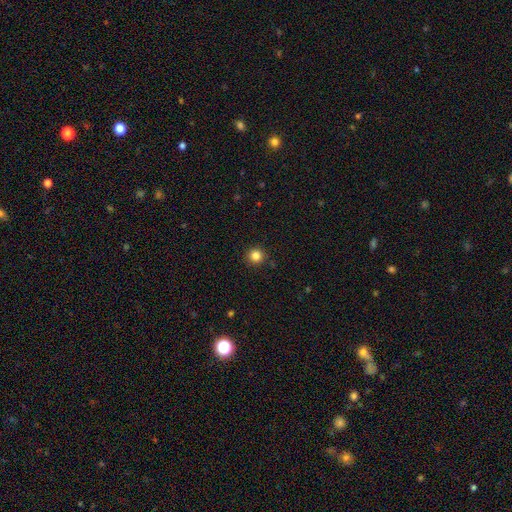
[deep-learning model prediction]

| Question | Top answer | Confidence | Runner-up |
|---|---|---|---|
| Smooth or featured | smooth | 84% | star or artifact (12%) |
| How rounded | round | 95% | in between (4%) |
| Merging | none | 91% | minor disturbance (6%) |